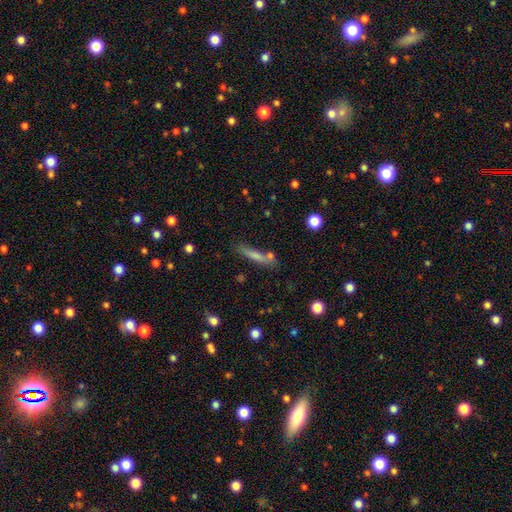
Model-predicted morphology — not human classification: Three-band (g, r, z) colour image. It shows a smooth galaxy with no disk features (67%) that is cigar-shaped (88%). Merging: none (67%).